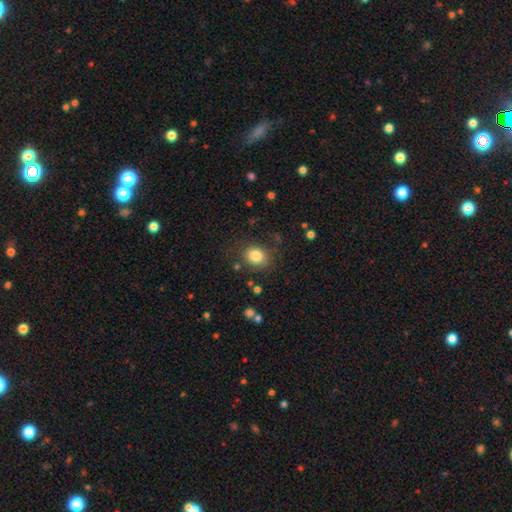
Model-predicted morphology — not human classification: A smooth galaxy with no disk features (83%) that is round (65%). Merging: none (80%).